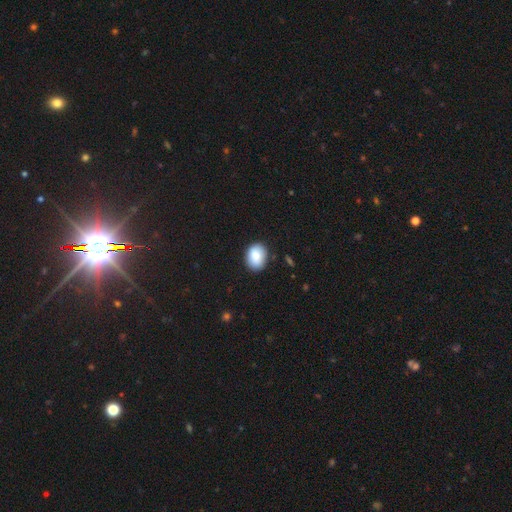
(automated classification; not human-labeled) This is clearly a smooth galaxy (85%). How rounded: likely in between (69%). Merging: clearly none (83%).